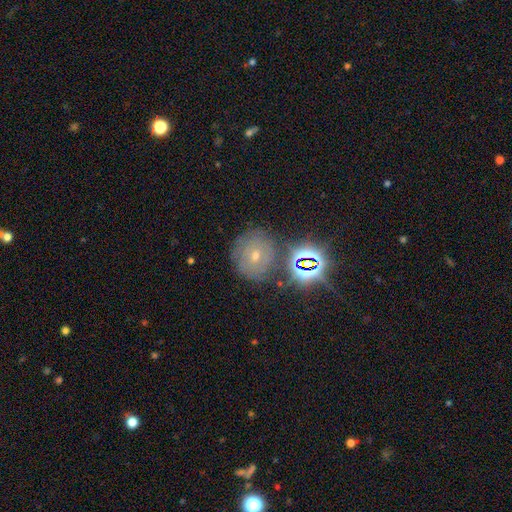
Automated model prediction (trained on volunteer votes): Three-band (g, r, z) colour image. It shows a featured or disk galaxy (43%). Merging: none (75%).